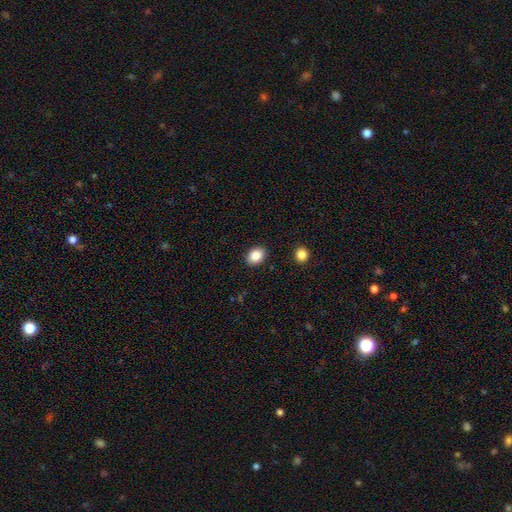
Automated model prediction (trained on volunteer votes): A smooth galaxy with no disk features (85%) that is in between round and cigar-shaped (71%).

Vote fractions:
- Smooth or featured? smooth: 85% / star or artifact: 9% / featured or disk: 6%
- How rounded? in between: 71% / round: 28% / cigar-shaped: 1%
- Merging? none: 89% / minor disturbance: 7% / major disturbance: 2% / merger: 2%